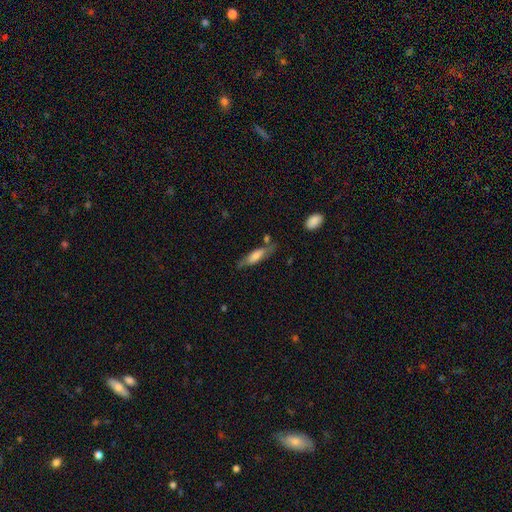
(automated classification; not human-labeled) Morphology: type=smooth (57%); roundness=cigar-shaped (59%); merging=none (63%).